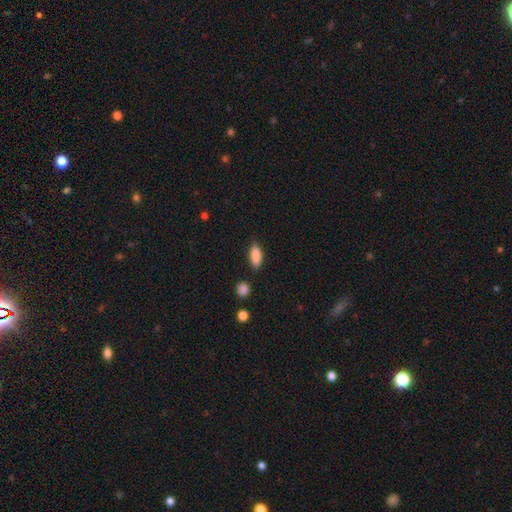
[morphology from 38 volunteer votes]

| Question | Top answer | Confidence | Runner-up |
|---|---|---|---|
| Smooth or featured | smooth | 82% | featured or disk (13%) |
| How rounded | in between | 77% | cigar-shaped (19%) |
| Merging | none | 81% | minor disturbance (14%) |